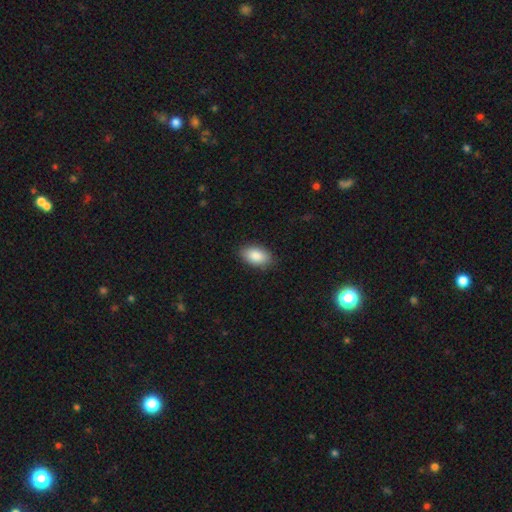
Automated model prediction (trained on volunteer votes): Smooth or featured? smooth (88%)
How rounded? in between (93%)
Merging? none (87%)